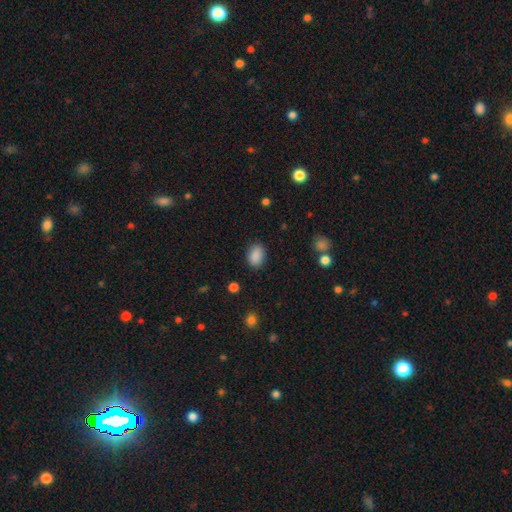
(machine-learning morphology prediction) Smooth or featured? smooth (89%)
How rounded? in between (85%)
Merging? none (86%)